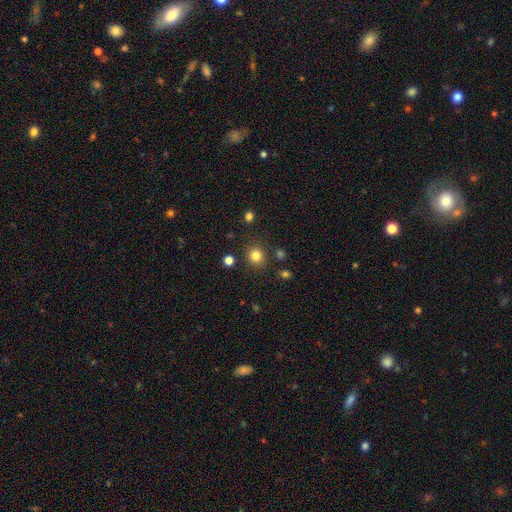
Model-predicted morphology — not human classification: type=smooth (82%); roundness=round (89%); merging=none (86%).